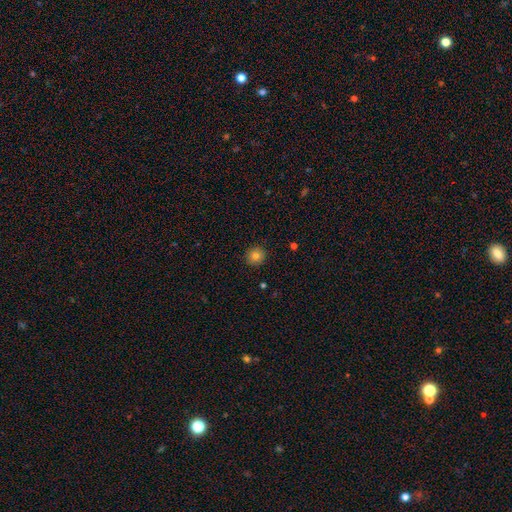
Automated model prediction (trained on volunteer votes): Overall: smooth (81%). How rounded: round (92%). Merging: none (91%).